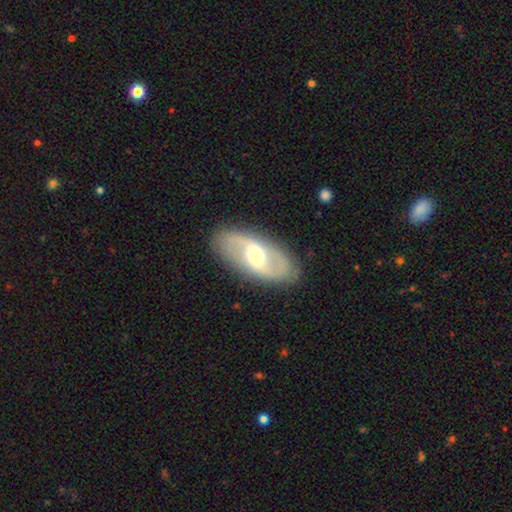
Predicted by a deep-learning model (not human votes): Q: Smooth or featured?
A: featured or disk (75%); runner-up: smooth (20%)
Q: Edge-on disk?
A: no (93%); runner-up: yes (7%)
Q: Bar?
A: weak (49%); runner-up: strong (26%)
Q: Spiral arms?
A: yes (85%); runner-up: no (15%)
Q: Spiral winding?
A: loose (44%); runner-up: medium (40%)
Q: Spiral arm count?
A: 2 (90%); runner-up: can't tell (6%)
Q: Bulge size?
A: moderate (64%); runner-up: small (26%)
Q: Merging?
A: none (87%); runner-up: minor disturbance (9%)